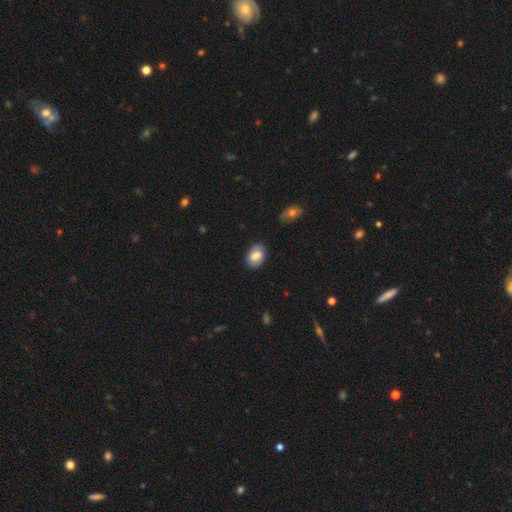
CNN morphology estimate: smooth-or-featured: smooth: 80% | featured or disk: 13% | star or artifact: 7%
  how-rounded: in between: 86% | round: 13% | cigar-shaped: 1%
  merging: none: 82% | minor disturbance: 13% | major disturbance: 3% | merger: 2%